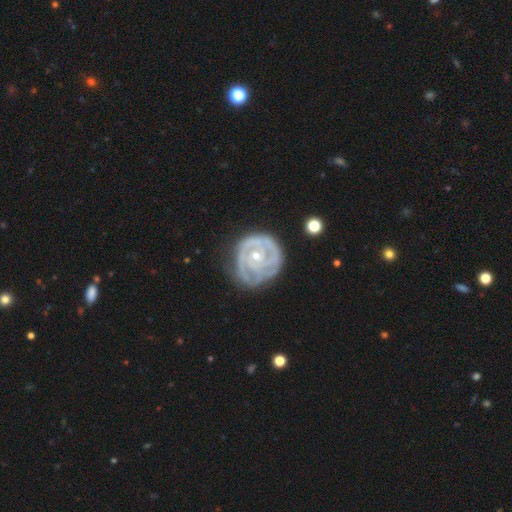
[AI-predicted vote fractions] Smooth or featured: featured or disk — 85% (smooth — 10%)
Edge-on disk: no — 98% (yes — 2%)
Bar: no — 78% (weak — 17%)
Spiral arms: yes — 93% (no — 7%)
Spiral winding: tight — 79% (medium — 17%)
Spiral arm count: can't tell — 29% (3 — 26%)
Bulge size: small — 71% (moderate — 26%)
Merging: none — 64% (minor disturbance — 24%)